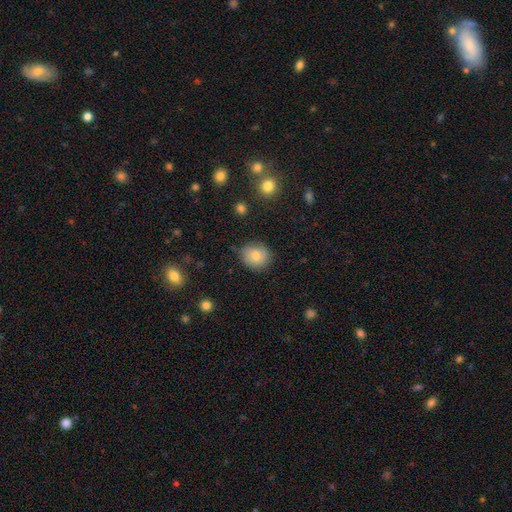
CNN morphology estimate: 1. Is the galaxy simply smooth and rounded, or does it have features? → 79% smooth, 12% featured or disk, 9% star or artifact.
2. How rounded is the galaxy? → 74% round, 25% in between, 1% cigar-shaped.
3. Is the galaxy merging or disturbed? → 80% none, 15% minor disturbance, 3% major disturbance, 2% merger.